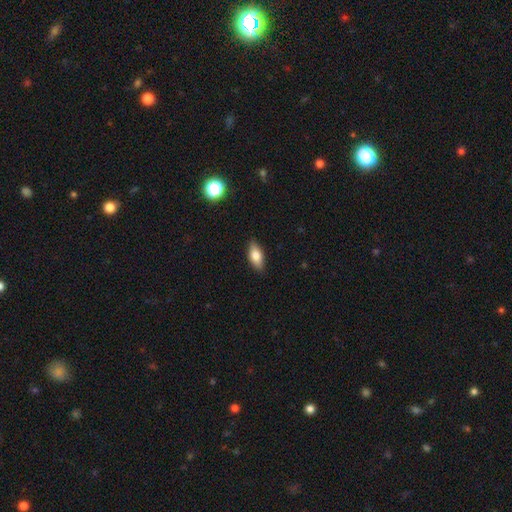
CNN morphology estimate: type=smooth (78%); roundness=in between (85%); merging=none (88%).